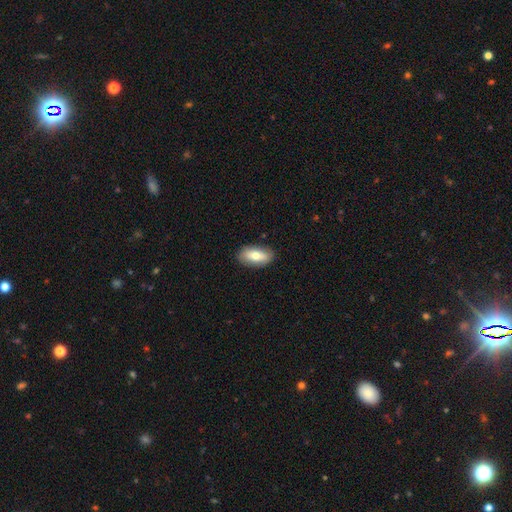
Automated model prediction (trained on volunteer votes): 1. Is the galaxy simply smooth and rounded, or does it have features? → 73% smooth, 20% featured or disk, 6% star or artifact.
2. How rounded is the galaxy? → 90% in between, 6% cigar-shaped, 3% round.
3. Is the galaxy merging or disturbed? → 86% none, 11% minor disturbance, 2% major disturbance, 1% merger.